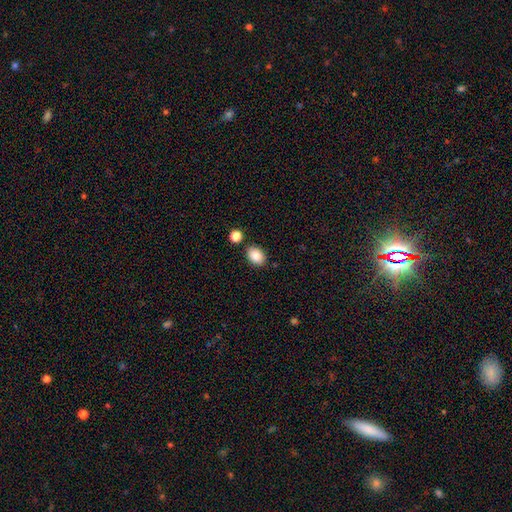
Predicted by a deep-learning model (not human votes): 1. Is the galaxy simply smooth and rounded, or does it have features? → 87% smooth, 8% star or artifact, 5% featured or disk.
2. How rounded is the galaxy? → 75% in between, 24% round, 1% cigar-shaped.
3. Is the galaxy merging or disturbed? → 82% none, 10% minor disturbance, 5% merger, 3% major disturbance.